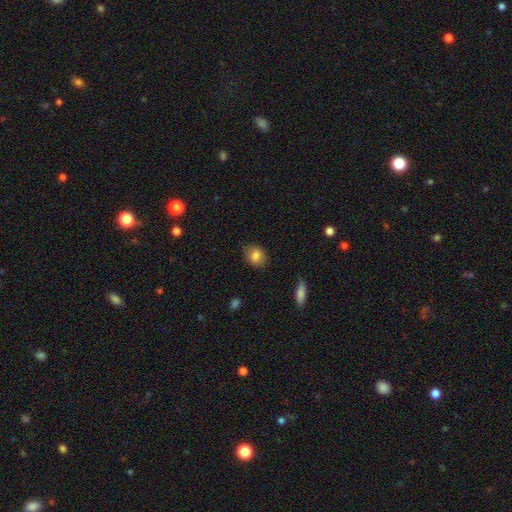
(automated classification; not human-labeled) This is clearly a smooth galaxy (83%). How rounded: possibly round (50%). Merging: clearly none (84%).